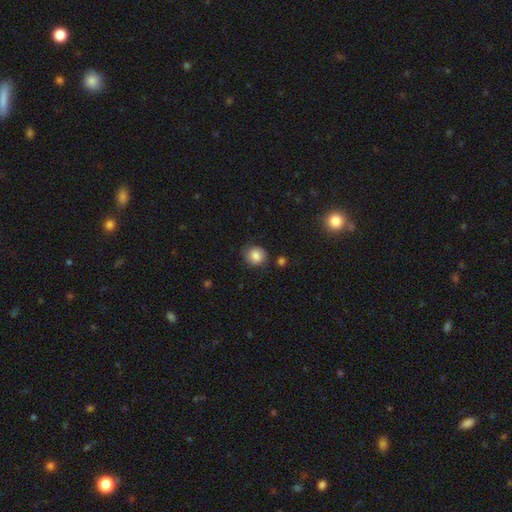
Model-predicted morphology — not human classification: Q: Smooth or featured?
A: smooth (83%); runner-up: star or artifact (9%)
Q: How rounded?
A: round (80%); runner-up: in between (19%)
Q: Merging?
A: none (77%); runner-up: minor disturbance (17%)